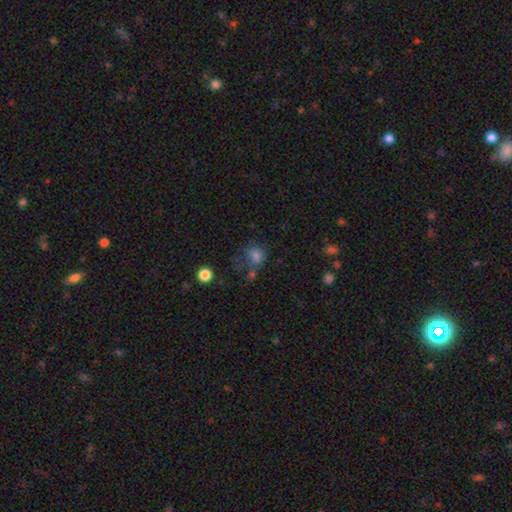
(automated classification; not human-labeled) Morphology: type=smooth (77%); roundness=round (82%); merging=none (56%).